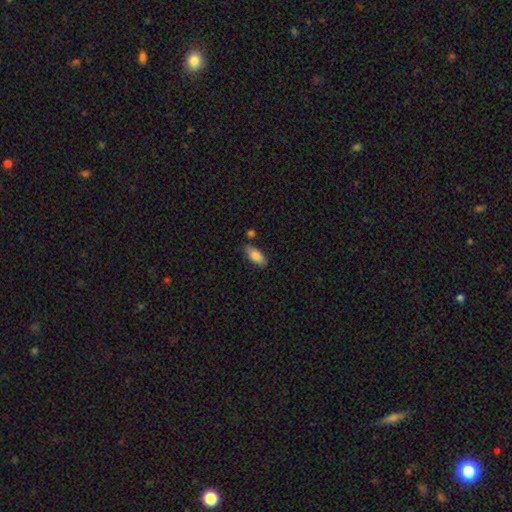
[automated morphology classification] The model was most divided on "merging": none: 77%, minor disturbance: 14%, merger: 6%, major disturbance: 3%. More confident: how rounded — in between (87%); smooth or featured — smooth (84%).